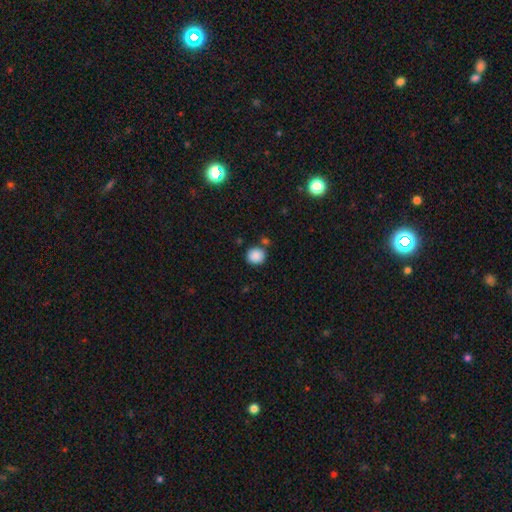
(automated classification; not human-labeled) smooth-or-featured: smooth: 88% | star or artifact: 9% | featured or disk: 3%
  how-rounded: round: 88% | in between: 11% | cigar-shaped: 1%
  merging: none: 77% | minor disturbance: 11% | merger: 9% | major disturbance: 3%